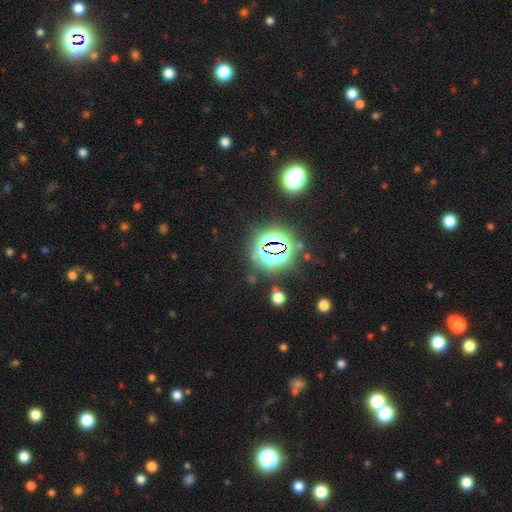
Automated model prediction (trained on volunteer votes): This appears to be a star or artifact, not a galaxy (81%).